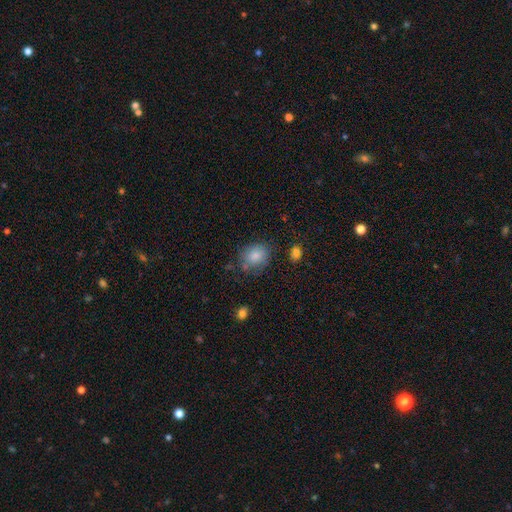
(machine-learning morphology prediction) smooth_or_featured: smooth (p=0.82) [alt: featured or disk p=0.09]
how_rounded: round (p=0.51) [alt: in between p=0.48]
merging: none (p=0.68) [alt: minor disturbance p=0.20]